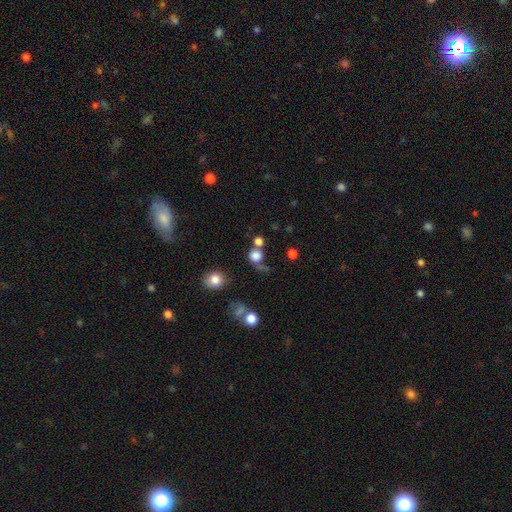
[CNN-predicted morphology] smooth 78%, star or artifact 14%, featured or disk 8%. Down the decision tree: how rounded — round (88%); merging — none (52%).